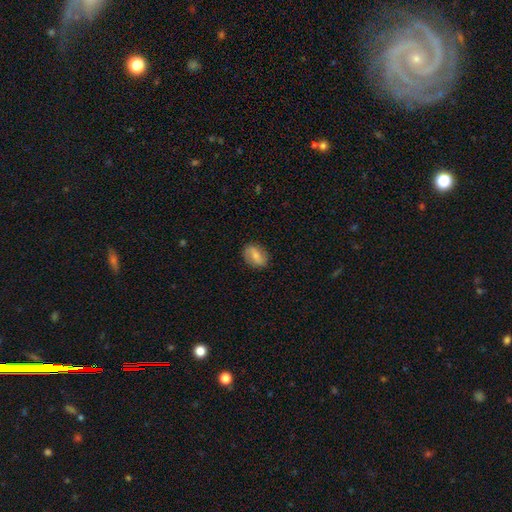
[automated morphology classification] Q: Smooth or featured?
A: smooth (54%); runner-up: featured or disk (39%)
Q: How rounded?
A: in between (74%); runner-up: round (23%)
Q: Merging?
A: none (83%); runner-up: minor disturbance (13%)